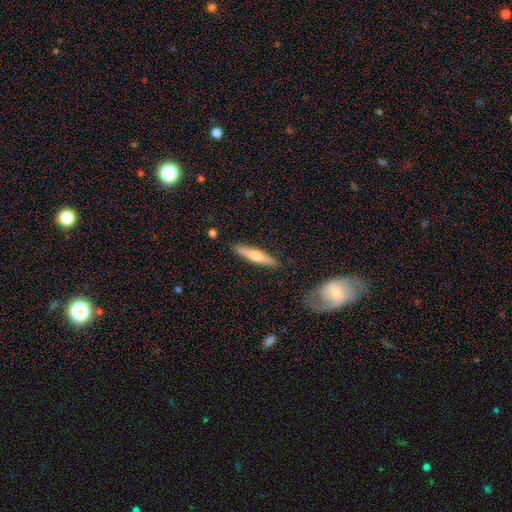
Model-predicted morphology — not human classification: A smooth galaxy with no disk features (53%) that is cigar-shaped (86%). Merging: none (88%).